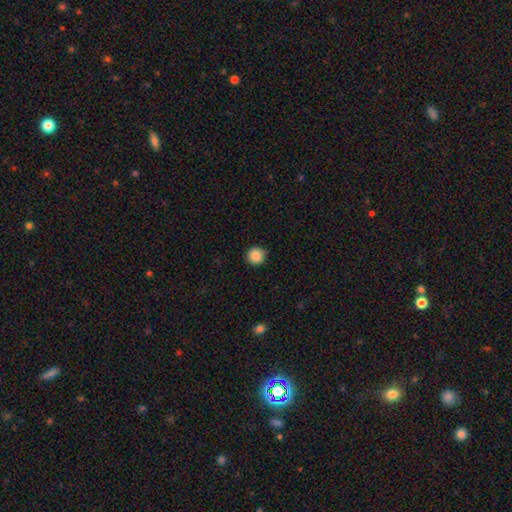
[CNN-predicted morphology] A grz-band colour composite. It shows a smooth galaxy with no disk features (87%) that is round (95%). Merging: none (90%).